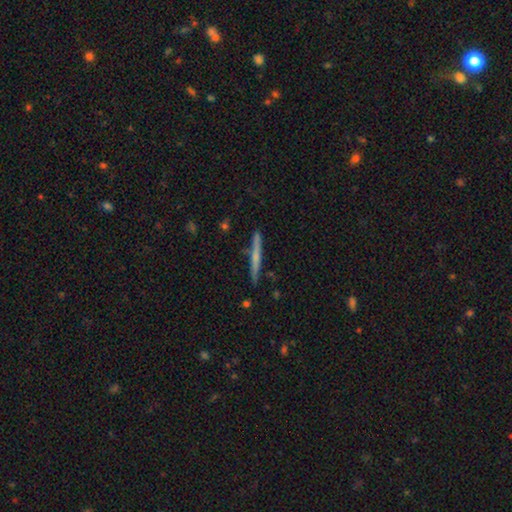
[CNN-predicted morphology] featured or disk 54%, smooth 39%, star or artifact 6%. Down the decision tree: edge-on disk — yes (97%); edge-on bulge — none (60%); merging — none (87%).